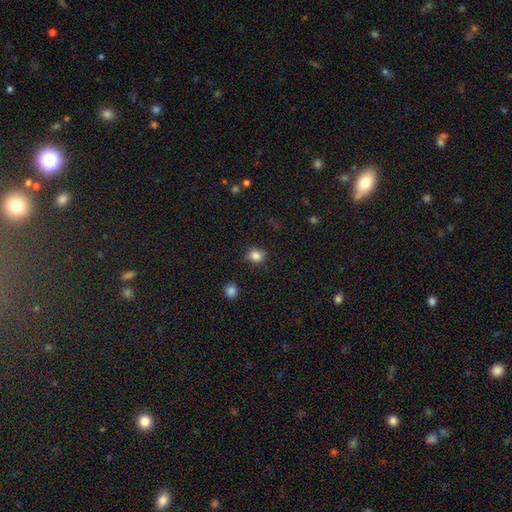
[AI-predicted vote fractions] A smooth galaxy with no disk features (85%) that is round (71%).

Vote fractions:
- Smooth or featured? smooth: 85% / star or artifact: 11% / featured or disk: 4%
- How rounded? round: 71% / in between: 28% / cigar-shaped: 1%
- Merging? none: 85% / minor disturbance: 11% / major disturbance: 3% / merger: 2%